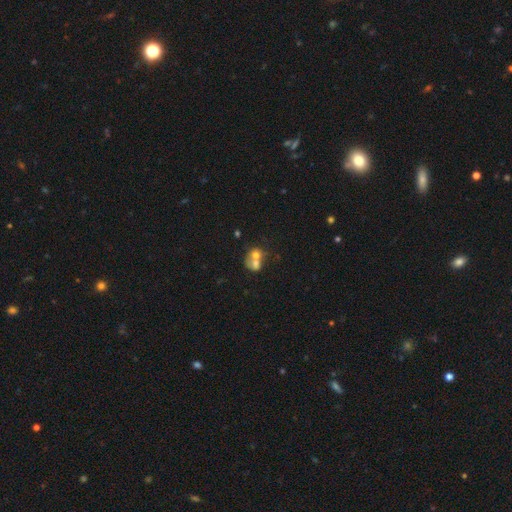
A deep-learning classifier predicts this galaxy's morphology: This is possibly a smooth galaxy (60%). How rounded: possibly round (57%). Merging: likely merger (71%).